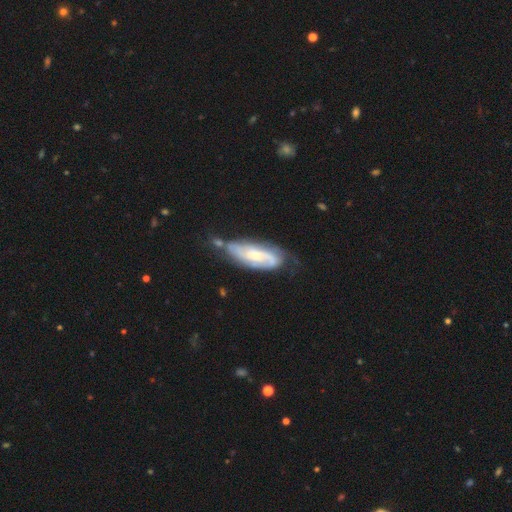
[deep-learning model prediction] featured or disk 72%, smooth 22%, star or artifact 5%. Down the decision tree: edge-on disk — no (89%); bar — no (59%); spiral arms — yes (90%); spiral arm count — 2 (55%); spiral winding — tight (42%); bulge size — small (52%); merging — none (49%).